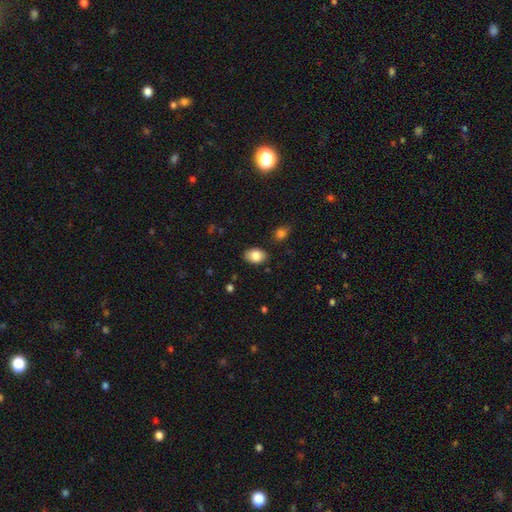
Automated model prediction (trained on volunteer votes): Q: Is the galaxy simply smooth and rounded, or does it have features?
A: smooth — 84%.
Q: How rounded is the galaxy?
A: in between — 84%.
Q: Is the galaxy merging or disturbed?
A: none — 85%.